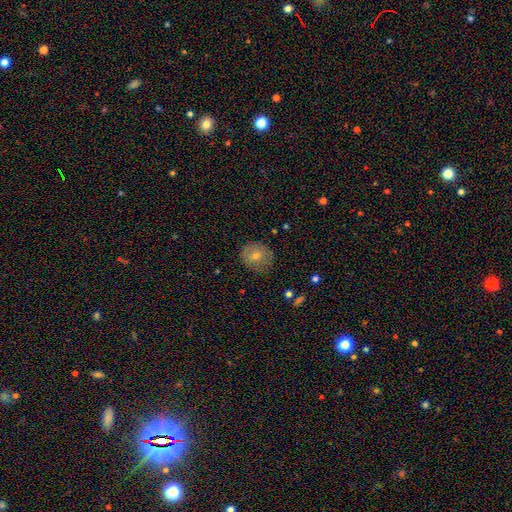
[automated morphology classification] Smooth or featured? smooth (60%)
How rounded? round (79%)
Merging? none (80%)